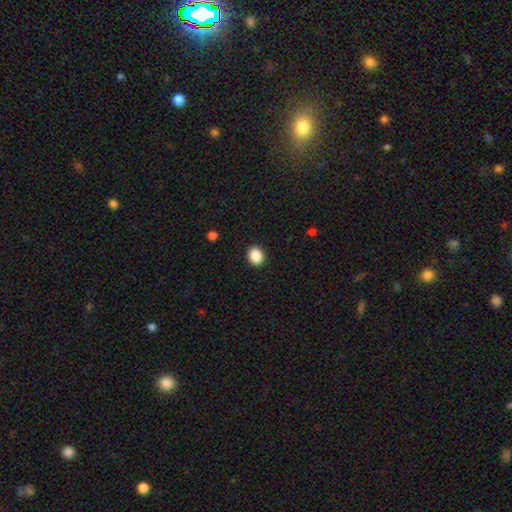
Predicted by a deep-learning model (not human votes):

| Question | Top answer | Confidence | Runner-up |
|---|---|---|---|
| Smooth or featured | smooth | 89% | star or artifact (8%) |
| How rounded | round | 59% | in between (40%) |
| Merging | none | 91% | minor disturbance (6%) |